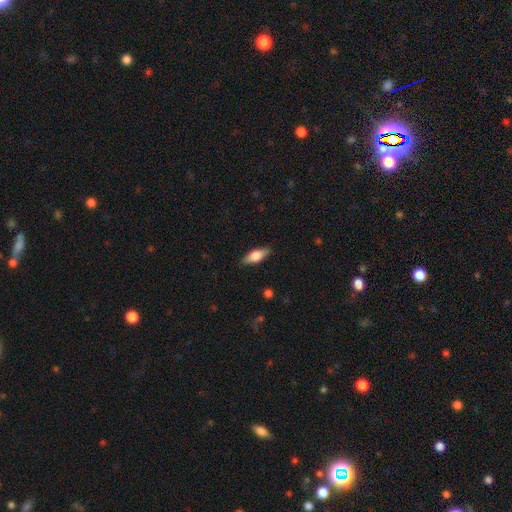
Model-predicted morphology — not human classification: Smooth or featured? smooth (66%)
How rounded? in between (70%)
Merging? none (86%)